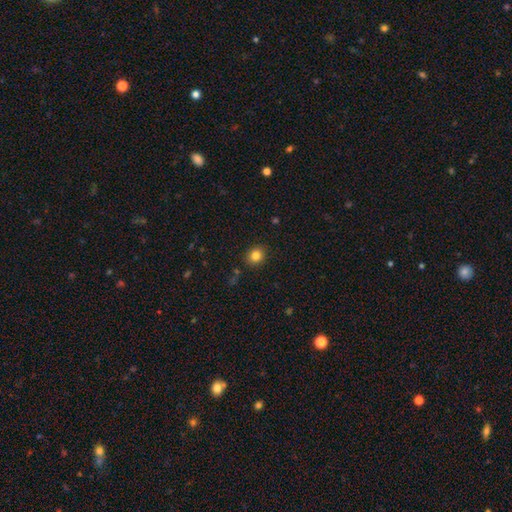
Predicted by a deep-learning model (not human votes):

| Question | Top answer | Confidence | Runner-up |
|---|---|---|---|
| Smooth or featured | smooth | 83% | star or artifact (11%) |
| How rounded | round | 74% | in between (25%) |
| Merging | none | 89% | minor disturbance (8%) |